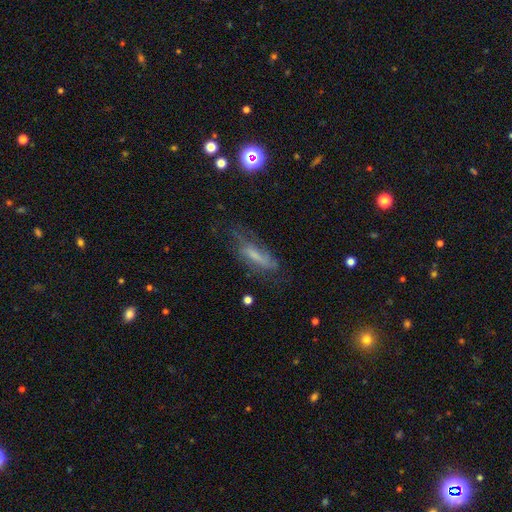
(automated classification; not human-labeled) Smooth or featured? Predicted: featured or disk (p=0.45). Merging? Predicted: none (p=0.50).